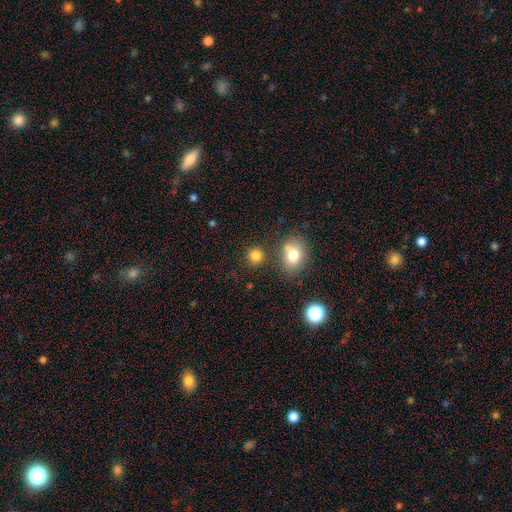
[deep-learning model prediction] smooth-or-featured: smooth: 81% | star or artifact: 13% | featured or disk: 6%
  how-rounded: round: 85% | in between: 14% | cigar-shaped: 1%
  merging: none: 78% | minor disturbance: 9% | merger: 9% | major disturbance: 3%